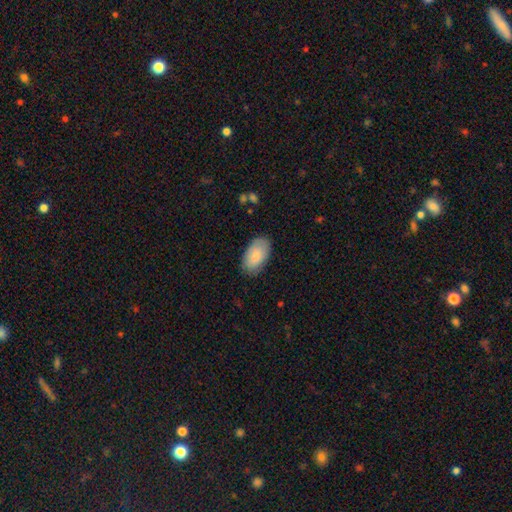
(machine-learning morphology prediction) Smooth or featured? smooth (84%)
How rounded? in between (95%)
Merging? none (82%)